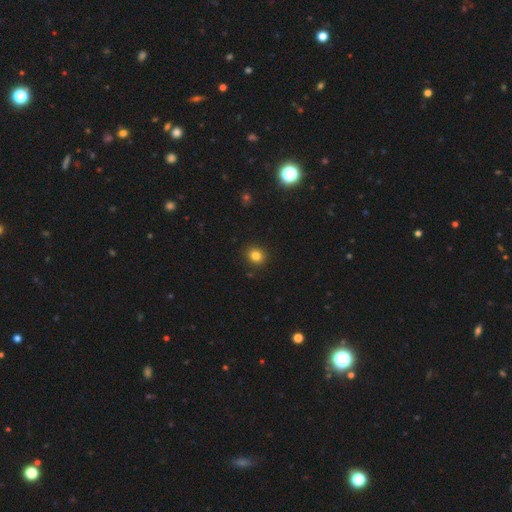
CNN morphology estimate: Smooth or featured? Predicted: smooth (p=0.82). How rounded? Predicted: round (p=0.85). Merging? Predicted: none (p=0.91).